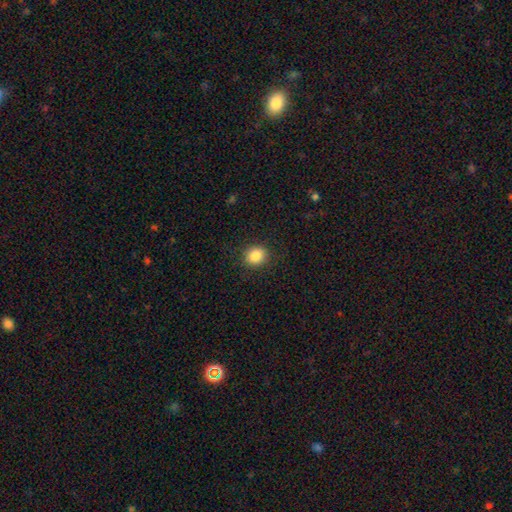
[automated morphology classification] smooth 85%, star or artifact 10%, featured or disk 5%. Down the decision tree: how rounded — round (74%); merging — none (88%).